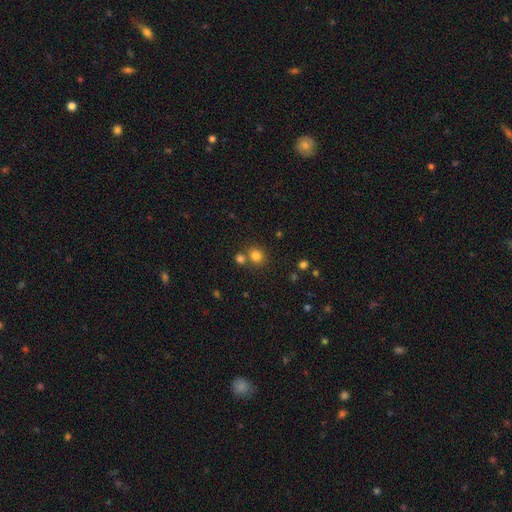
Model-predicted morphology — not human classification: This appears to be a smooth galaxy with no disk features (80%) that is round (82%). Merging: none (65%).